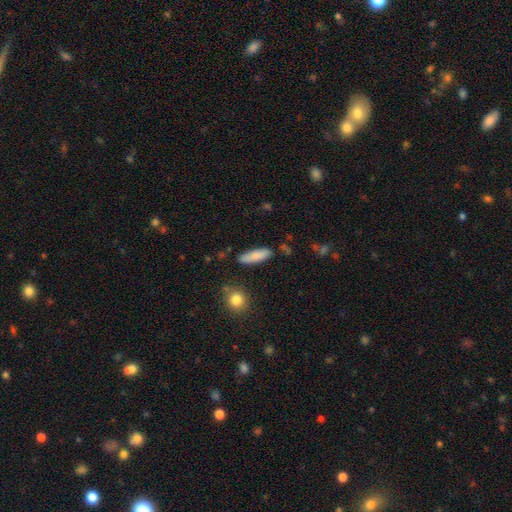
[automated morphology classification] Smooth or featured: smooth — 83% (featured or disk — 10%)
How rounded: in between — 49% (tied with cigar-shaped — 49%)
Merging: none — 82% (minor disturbance — 12%)